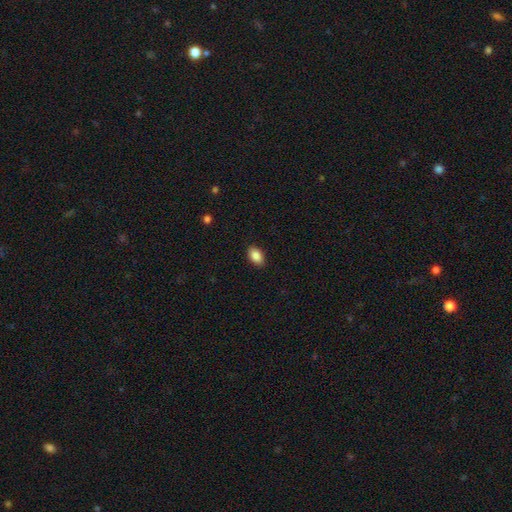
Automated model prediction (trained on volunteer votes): Q: Smooth or featured?
A: smooth (88%); runner-up: star or artifact (8%)
Q: How rounded?
A: in between (91%); runner-up: round (8%)
Q: Merging?
A: none (88%); runner-up: minor disturbance (9%)